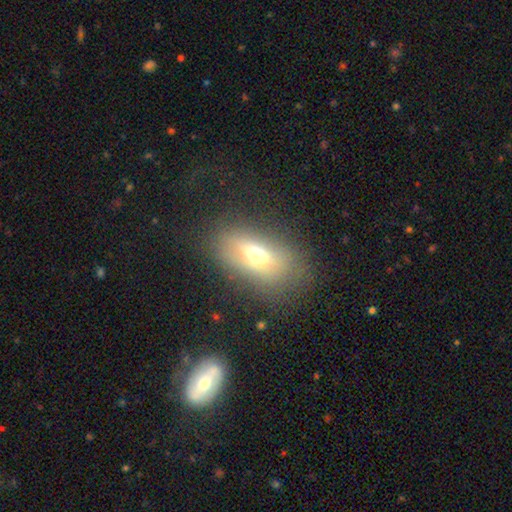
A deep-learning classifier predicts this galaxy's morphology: smooth 61%, featured or disk 26%, star or artifact 13%. Down the decision tree: how rounded — in between (82%); merging — none (74%).